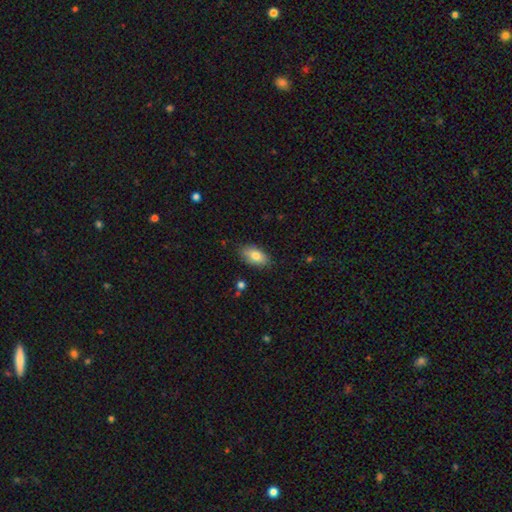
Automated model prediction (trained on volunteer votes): This is likely a smooth galaxy (80%). How rounded: clearly in between (91%). Merging: clearly none (82%).